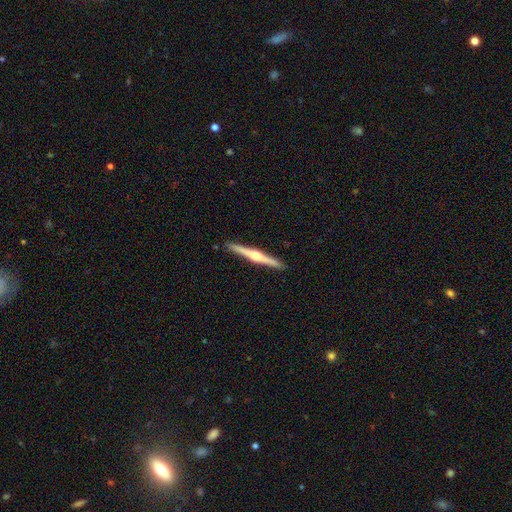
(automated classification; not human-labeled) This is likely a featured or disk galaxy (77%). It is clearly viewed edge-on (99%). Edge-on bulge: clearly rounded (91%). Merging: clearly none (92%).